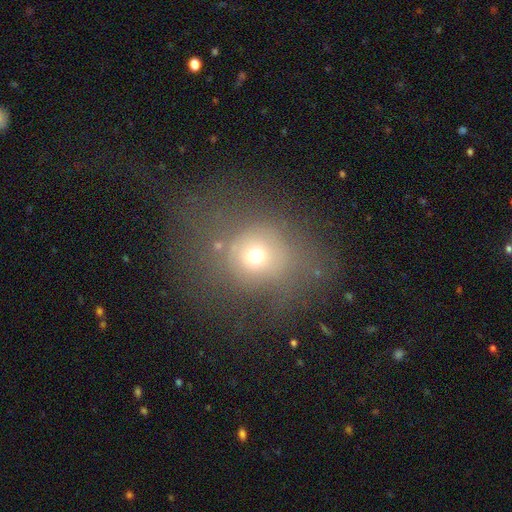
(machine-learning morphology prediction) Smooth or featured: smooth — 62% (star or artifact — 19%)
How rounded: round — 76% (in between — 23%)
Merging: none — 49% (major disturbance — 27%)